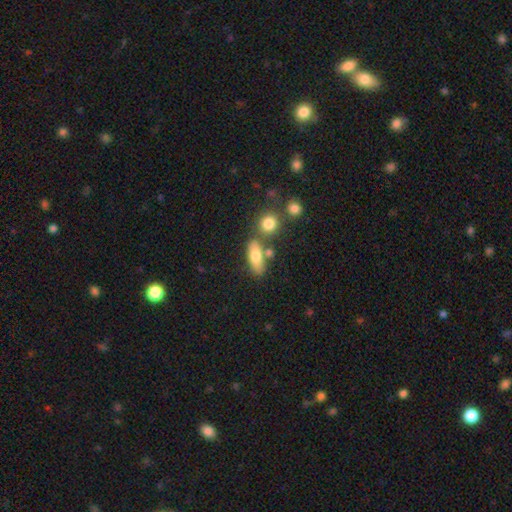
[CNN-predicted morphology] smooth_or_featured: smooth (p=0.75) [alt: featured or disk p=0.16]
how_rounded: in between (p=0.74) [alt: cigar-shaped p=0.19]
merging: none (p=0.63) [alt: merger p=0.19]